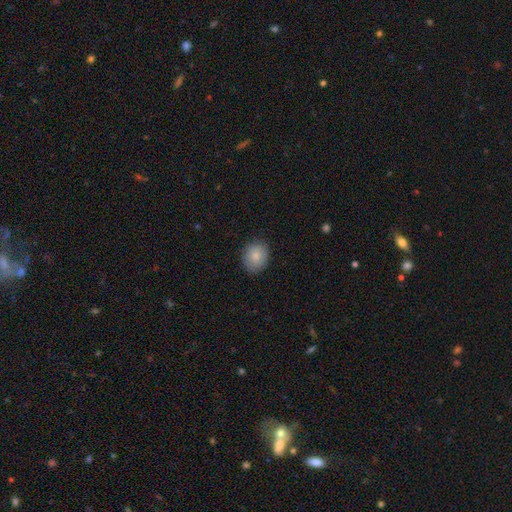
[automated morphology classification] A smooth galaxy with no disk features (84%) that is round (67%). Merging: none (85%).